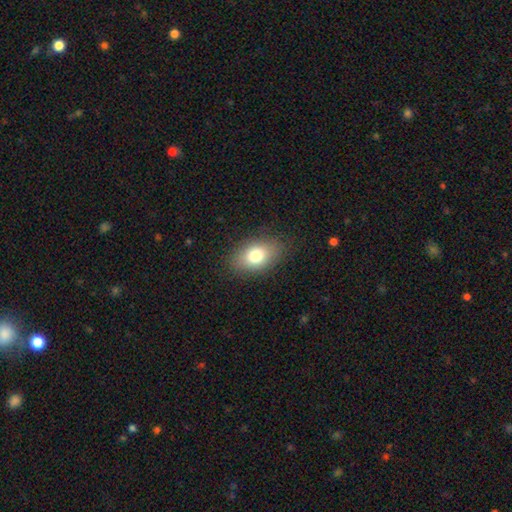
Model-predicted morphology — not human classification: A smooth galaxy with no disk features (77%) that is in between round and cigar-shaped (86%).

Vote fractions:
- Smooth or featured? smooth: 77% / featured or disk: 13% / star or artifact: 9%
- How rounded? in between: 86% / round: 12% / cigar-shaped: 2%
- Merging? none: 84% / minor disturbance: 12% / major disturbance: 4% / merger: 1%